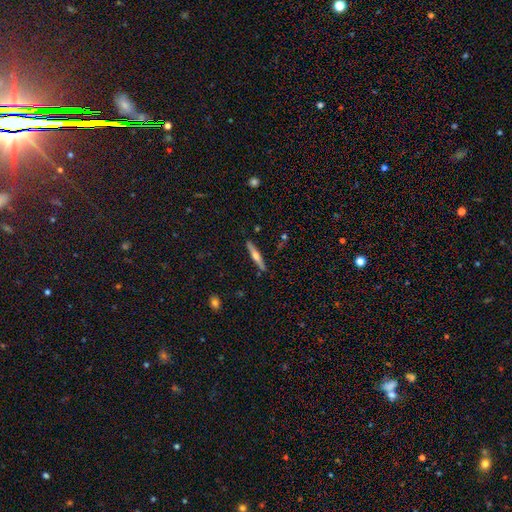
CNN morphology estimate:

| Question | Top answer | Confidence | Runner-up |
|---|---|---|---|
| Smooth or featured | featured or disk | 60% | smooth (34%) |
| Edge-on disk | yes | 97% | no (3%) |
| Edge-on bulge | rounded | 88% | boxy (6%) |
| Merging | none | 89% | minor disturbance (7%) |